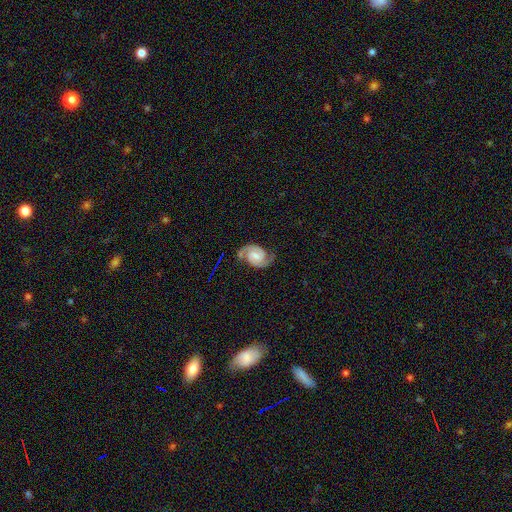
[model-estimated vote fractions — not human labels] A featured or disk galaxy (89%) with a weak bar (45%), 2 (94%) medium (50%) spiral arms (98%) and a small central bulge (42%).

Vote fractions:
- Smooth or featured? featured or disk: 89% / smooth: 6% / star or artifact: 6%
- Edge-on disk? no: 98% / yes: 2%
- Bar? weak: 45% / no: 40% / strong: 15%
- Spiral arms? yes: 98% / no: 2%
- Spiral winding? medium: 50% / tight: 40% / loose: 10%
- Spiral arm count? 2: 94% / can't tell: 2% / 3: 1% / 1: 1% / 4: 1% / more than 4: 1%
- Bulge size? small: 42% / moderate: 40% / none: 13% / large: 4% / dominant: 1%
- Merging? none: 75% / minor disturbance: 15% / major disturbance: 5% / merger: 5%